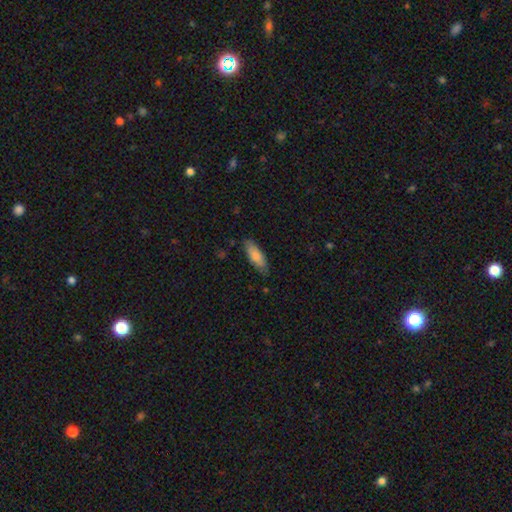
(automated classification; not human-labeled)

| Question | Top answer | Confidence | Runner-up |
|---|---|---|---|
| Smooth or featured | smooth | 81% | featured or disk (13%) |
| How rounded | in between | 58% | cigar-shaped (40%) |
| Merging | none | 80% | minor disturbance (16%) |